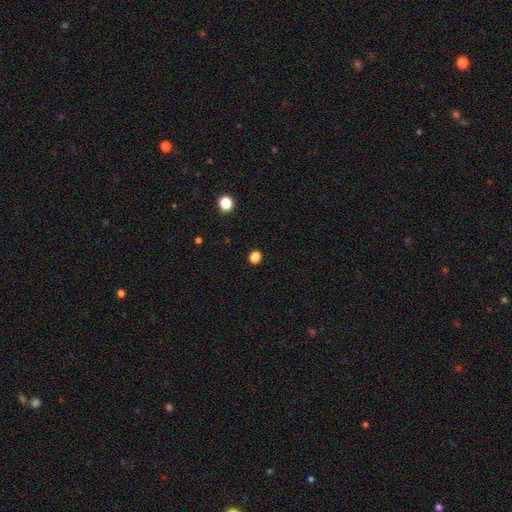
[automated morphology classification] smooth 74%, star or artifact 23%, featured or disk 4%. Down the decision tree: how rounded — round (56%); merging — none (85%).